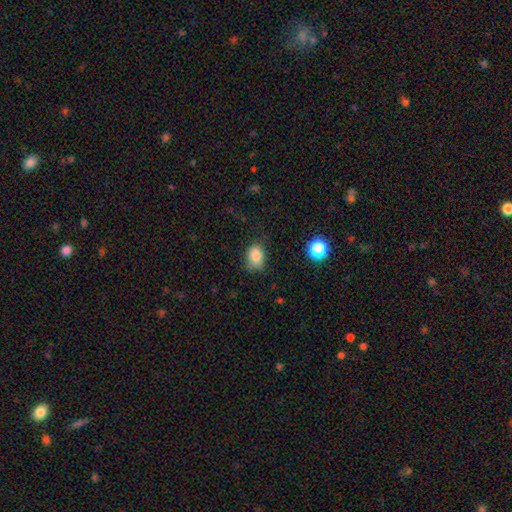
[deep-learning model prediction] A smooth galaxy with no disk features (84%) that is in between round and cigar-shaped (70%). Merging: none (69%).